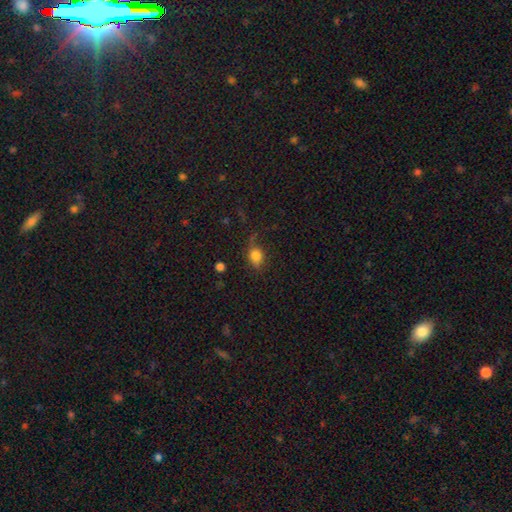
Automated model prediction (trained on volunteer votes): Smooth or featured: smooth — 80% (star or artifact — 11%)
How rounded: in between — 63% (round — 34%)
Merging: none — 61% (minor disturbance — 25%)